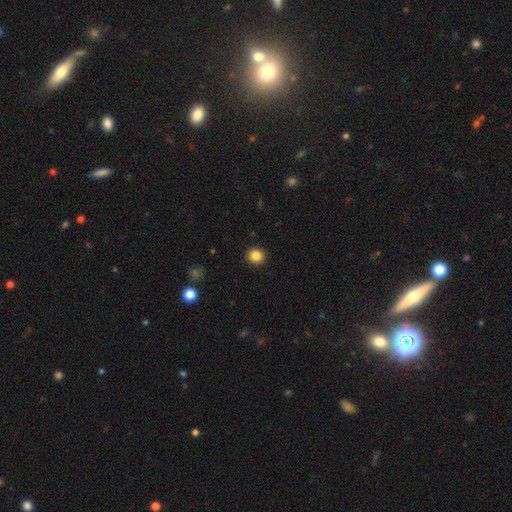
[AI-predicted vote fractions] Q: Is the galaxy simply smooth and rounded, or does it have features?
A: smooth — 85%.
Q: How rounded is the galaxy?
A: round — 84%.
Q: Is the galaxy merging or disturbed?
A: none — 92%.